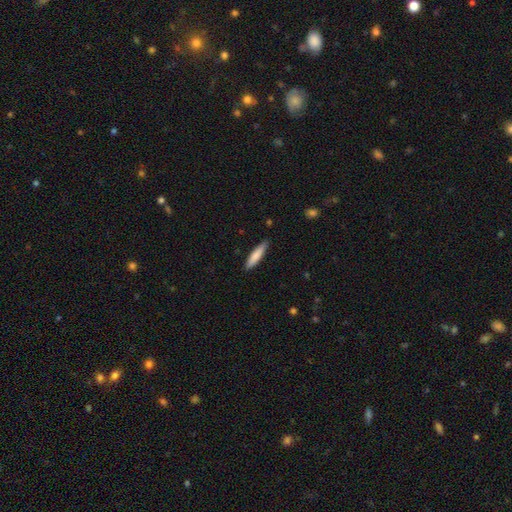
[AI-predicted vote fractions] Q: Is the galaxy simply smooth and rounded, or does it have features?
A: smooth — 80%.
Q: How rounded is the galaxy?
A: cigar-shaped — 84%.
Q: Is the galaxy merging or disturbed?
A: none — 87%.